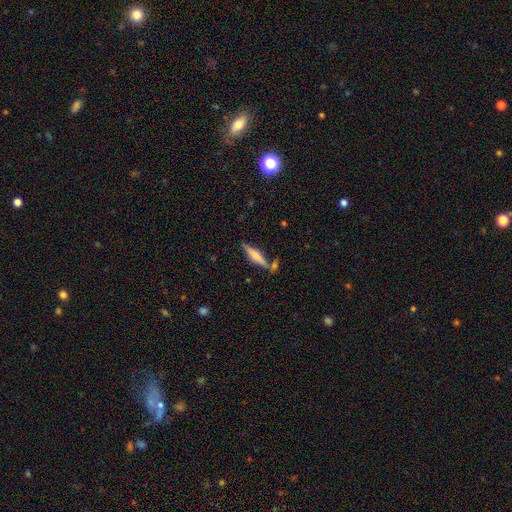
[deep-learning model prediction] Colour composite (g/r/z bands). It shows a featured or disk galaxy (52%) viewed edge-on (95%). Merging: none (72%).